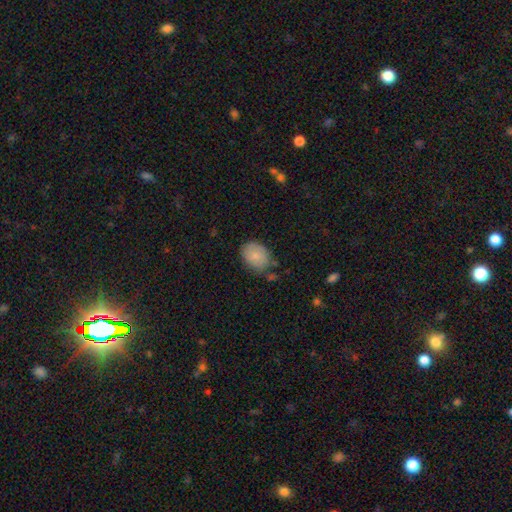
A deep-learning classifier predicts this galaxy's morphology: A smooth galaxy with no disk features (84%) that is in between round and cigar-shaped (69%). Merging: none (69%).